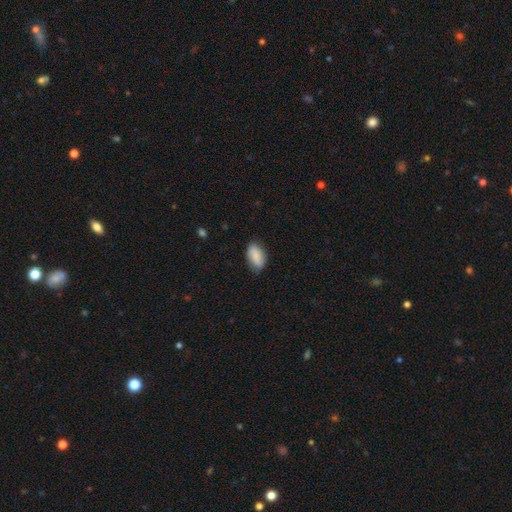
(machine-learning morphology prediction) Smooth or featured?
  - smooth: 85% *
  - featured or disk: 9%
  - star or artifact: 7%
How rounded?
  - in between: 91% *
  - cigar-shaped: 5%
  - round: 4%
Merging?
  - none: 78% *
  - minor disturbance: 17%
  - major disturbance: 3%
  - merger: 1%